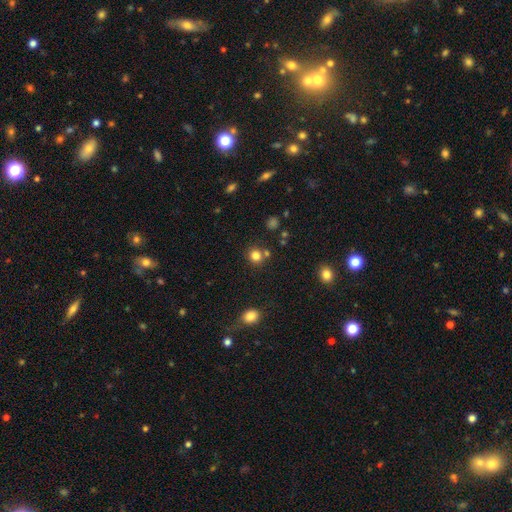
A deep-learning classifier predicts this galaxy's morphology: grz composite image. It shows a smooth galaxy with no disk features (81%) that is round (88%). Merging: none (75%).